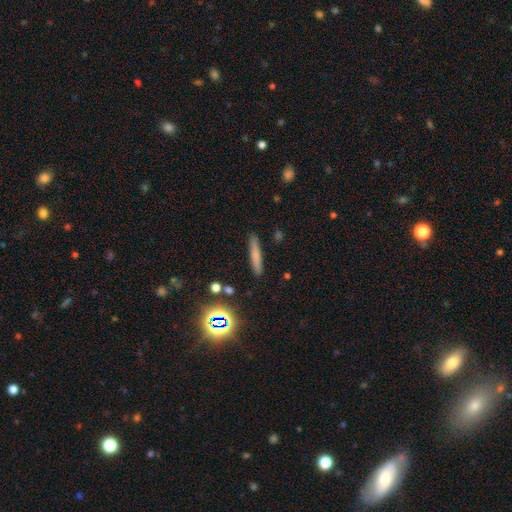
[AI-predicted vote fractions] Smooth or featured? smooth (69%)
How rounded? cigar-shaped (91%)
Merging? none (88%)